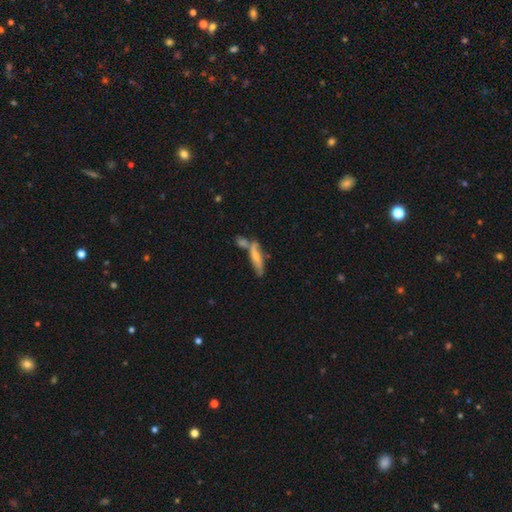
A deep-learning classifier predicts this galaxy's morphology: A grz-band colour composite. It shows a smooth galaxy with no disk features (48%). Merging: none (41%).